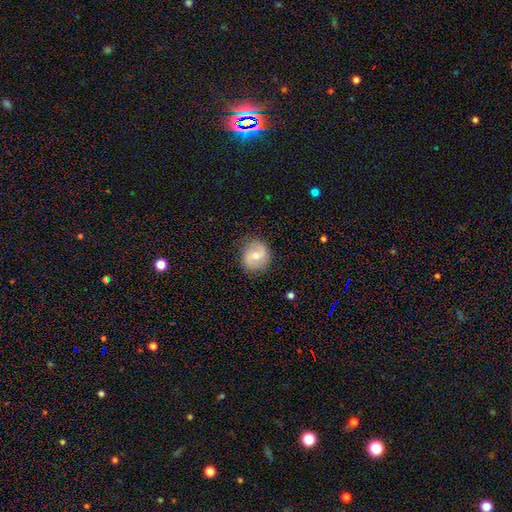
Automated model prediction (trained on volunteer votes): A featured or disk galaxy (48%). Merging: none (84%).